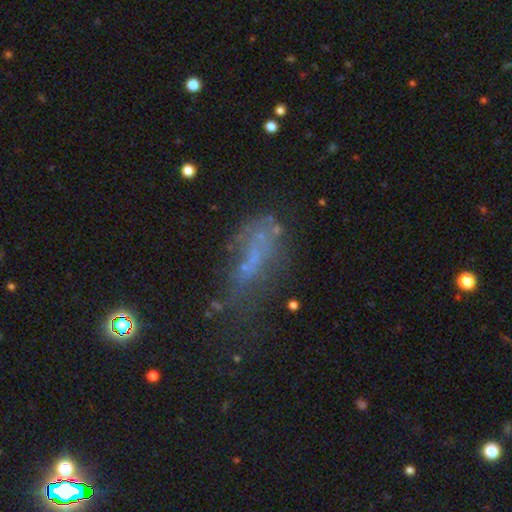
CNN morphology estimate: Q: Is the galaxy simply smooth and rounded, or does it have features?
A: featured or disk — 41%.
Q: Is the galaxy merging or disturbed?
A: major disturbance — 37%.